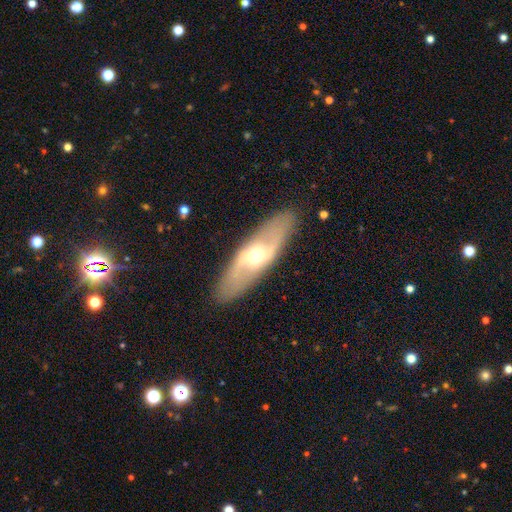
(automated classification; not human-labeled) smooth-or-featured: featured or disk: 67% | smooth: 27% | star or artifact: 5%
  disk-edge-on: no: 77% | yes: 23%
    bar: no: 44% | weak: 39% | strong: 16%
    has-spiral-arms: yes: 70% | no: 30%
    bulge-size: moderate: 67% | small: 20% | large: 10% | dominant: 1% | none: 1%
  merging: none: 87% | minor disturbance: 9% | major disturbance: 3% | merger: 1%